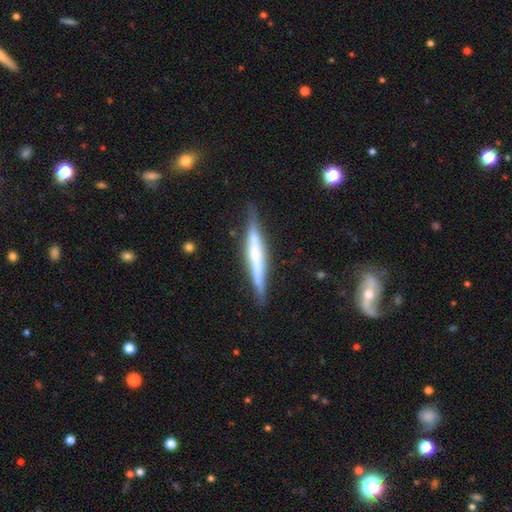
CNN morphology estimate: smooth-or-featured: featured or disk: 62% | smooth: 32% | star or artifact: 6%
  disk-edge-on: yes: 95% | no: 5%
    edge-on-bulge: none: 51% | boxy: 26% | rounded: 23%
  merging: none: 82% | minor disturbance: 13% | major disturbance: 3% | merger: 2%